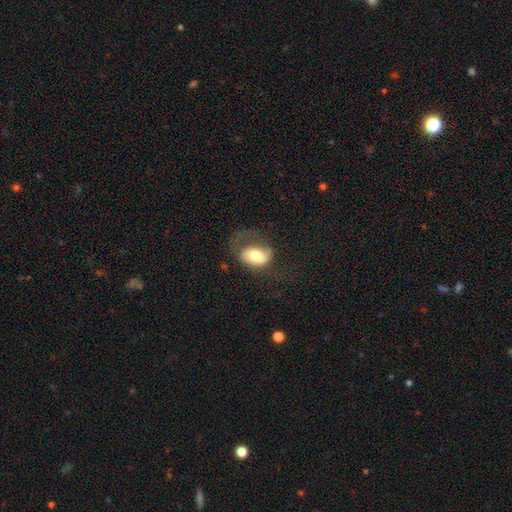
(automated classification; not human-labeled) This is possibly a smooth galaxy (57%). How rounded: clearly in between (87%). Merging: marginally major disturbance (42%).